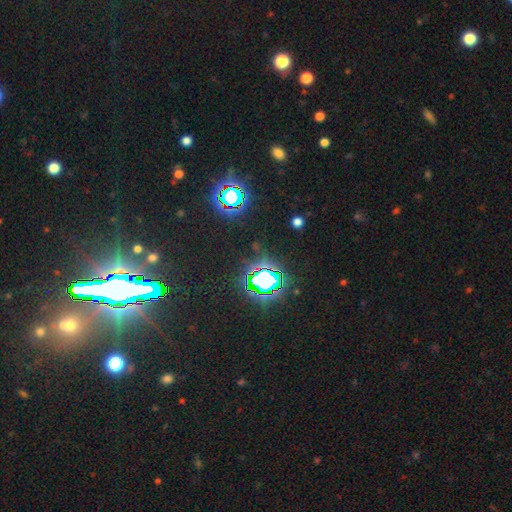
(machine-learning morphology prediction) Q: Smooth or featured?
A: star or artifact (83%); runner-up: smooth (9%)